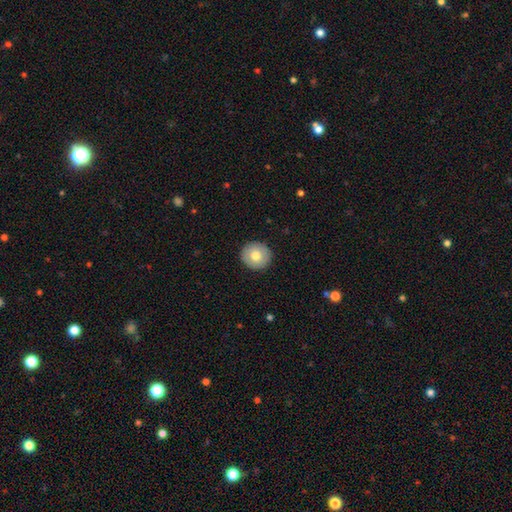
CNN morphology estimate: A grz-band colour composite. It shows a smooth galaxy with no disk features (75%) that is round (93%). Merging: none (92%).